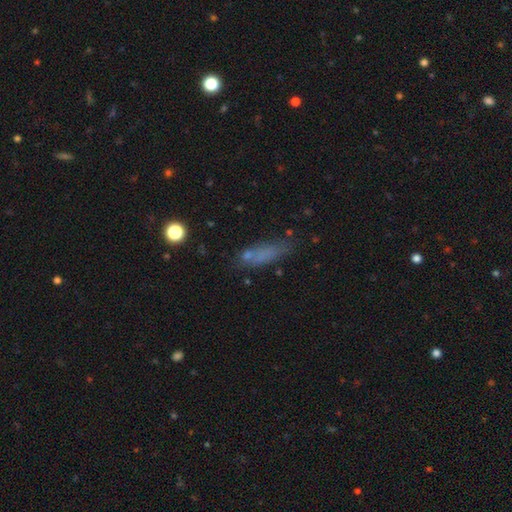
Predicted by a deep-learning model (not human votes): This is likely a smooth galaxy (62%). How rounded: likely cigar-shaped (60%). Merging: likely none (63%).